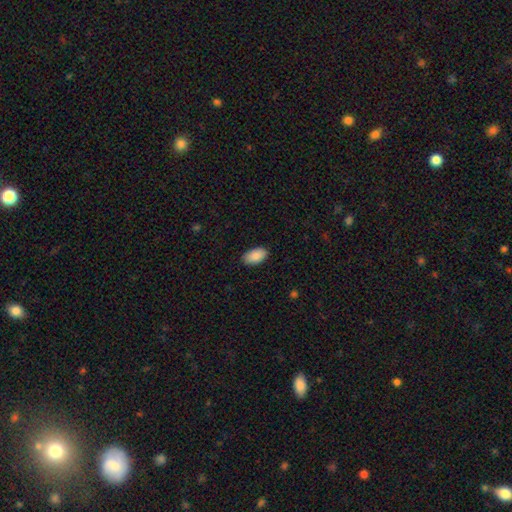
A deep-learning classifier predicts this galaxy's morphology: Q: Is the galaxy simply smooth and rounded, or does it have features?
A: smooth — 89%.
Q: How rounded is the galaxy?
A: in between — 95%.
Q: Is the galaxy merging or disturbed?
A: none — 88%.